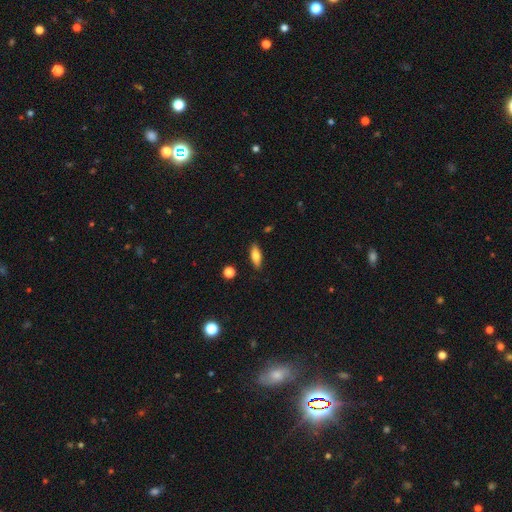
Morphology: type=smooth (85%); roundness=in between (85%); merging=none (92%).